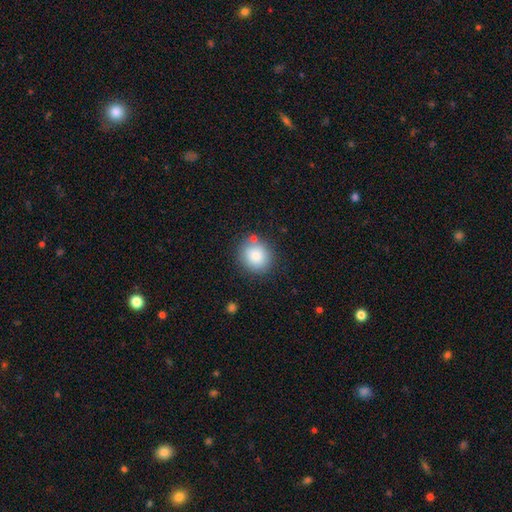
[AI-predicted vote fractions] smooth 82%, star or artifact 9%, featured or disk 9%. Down the decision tree: how rounded — round (83%); merging — none (80%).